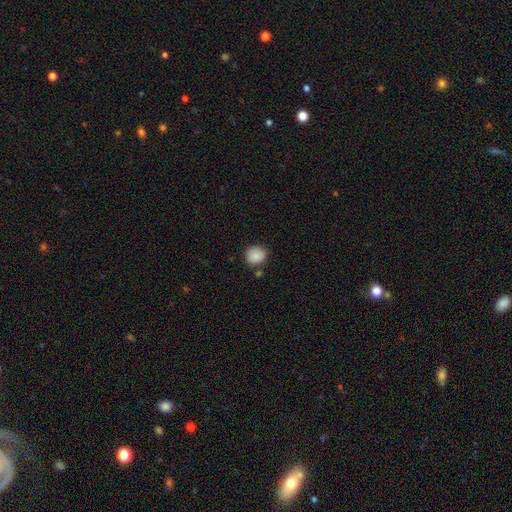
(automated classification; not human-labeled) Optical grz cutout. It shows a smooth galaxy with no disk features (87%) that is round (78%). Merging: none (75%).